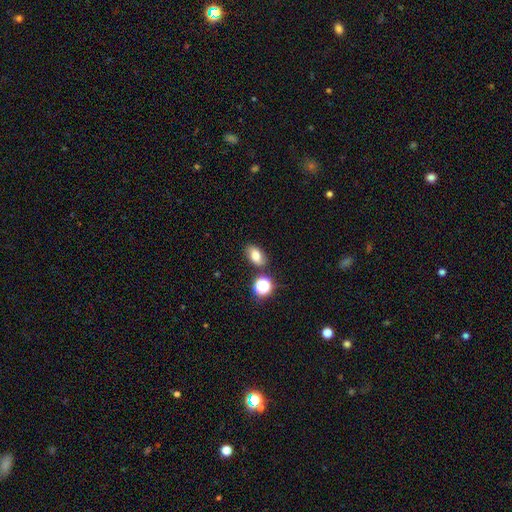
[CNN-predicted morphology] smooth 74%, star or artifact 14%, featured or disk 13%. Down the decision tree: how rounded — in between (83%); merging — none (78%).